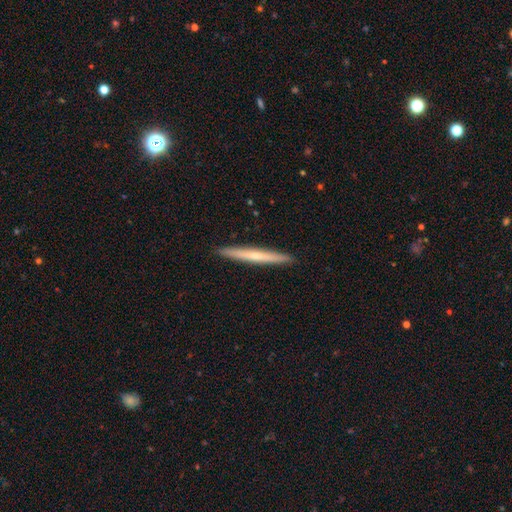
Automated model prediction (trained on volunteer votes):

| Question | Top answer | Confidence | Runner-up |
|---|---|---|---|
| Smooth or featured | smooth | 50% | featured or disk (44%) |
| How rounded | cigar-shaped | 97% | in between (2%) |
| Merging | none | 93% | minor disturbance (5%) |